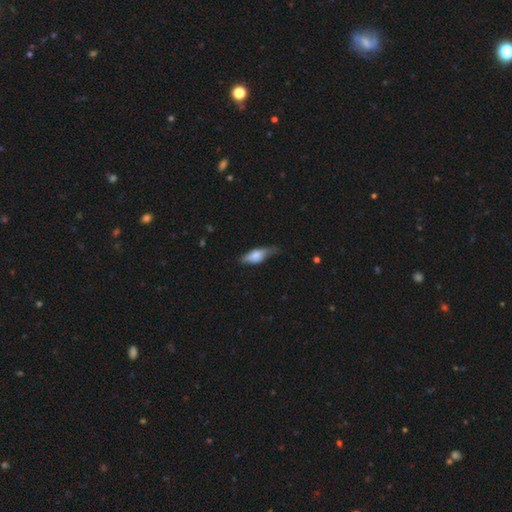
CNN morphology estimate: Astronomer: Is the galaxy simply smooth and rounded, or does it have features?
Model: smooth — 63%.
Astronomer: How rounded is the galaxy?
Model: in between — 71%.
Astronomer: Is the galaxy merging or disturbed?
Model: none — 49% (runner-up: minor disturbance, 37%).